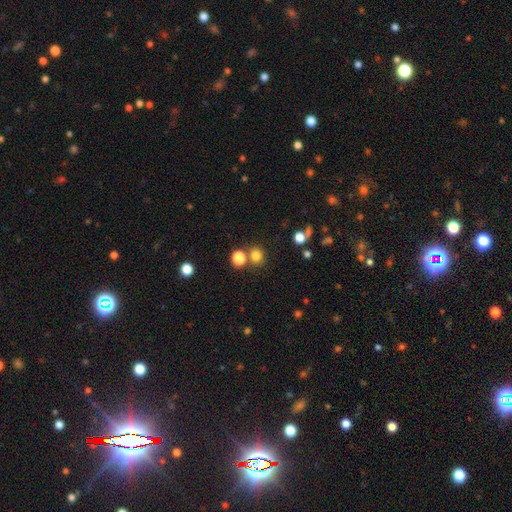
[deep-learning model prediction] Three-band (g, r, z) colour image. It shows a smooth galaxy with no disk features (79%) that is round (86%). Merging: none (73%).